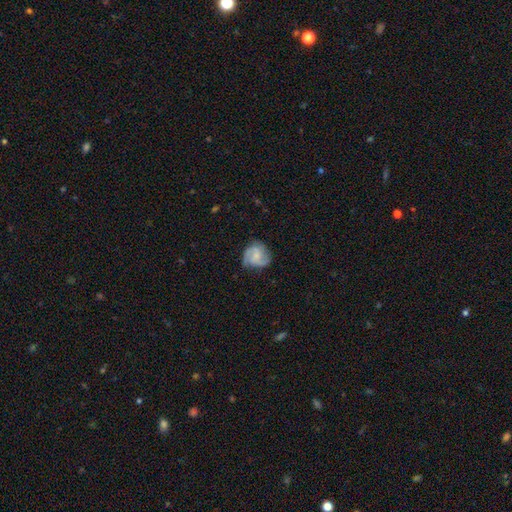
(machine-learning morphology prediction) Overall: featured or disk (67%). Edge-on disk: no (98%). Bar: no (55%; weak 38%). Spiral arms: yes (93%). Spiral arm count: 2 (55%; 3 25%). Spiral winding: medium (49%; tight 31%). Bulge size: small (44%; none 29%). Merging: none (67%).